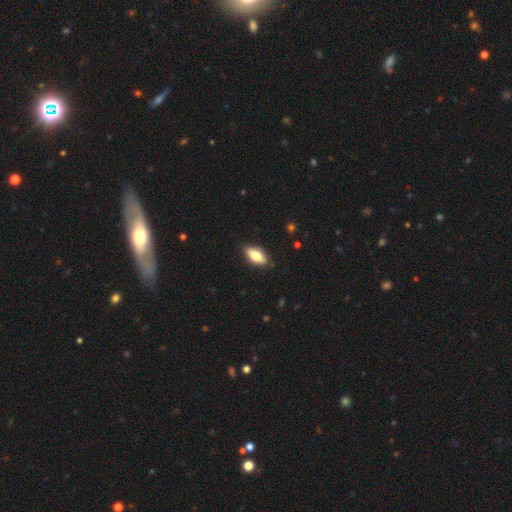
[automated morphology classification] smooth_or_featured: smooth (p=0.74) [alt: featured or disk p=0.20]
how_rounded: in between (p=0.85) [alt: cigar-shaped p=0.12]
merging: none (p=0.86) [alt: minor disturbance p=0.10]